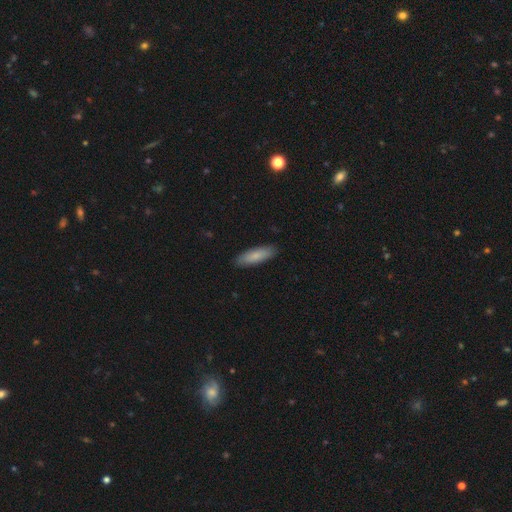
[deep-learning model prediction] smooth 85%, featured or disk 10%, star or artifact 5%. Down the decision tree: how rounded — cigar-shaped (52%); merging — none (90%).